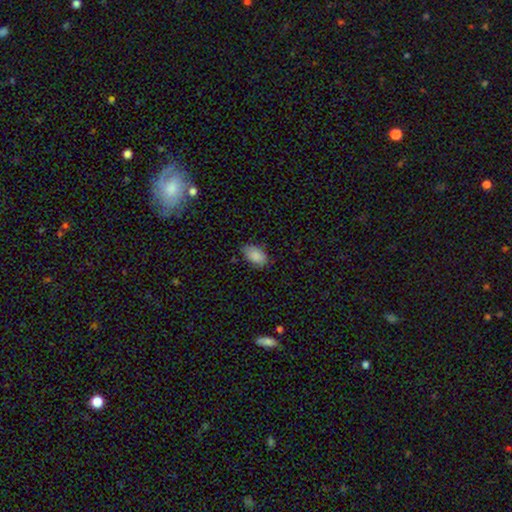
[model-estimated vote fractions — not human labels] Q: Smooth or featured?
A: smooth (87%); runner-up: star or artifact (7%)
Q: How rounded?
A: in between (92%); runner-up: round (6%)
Q: Merging?
A: none (76%); runner-up: minor disturbance (20%)